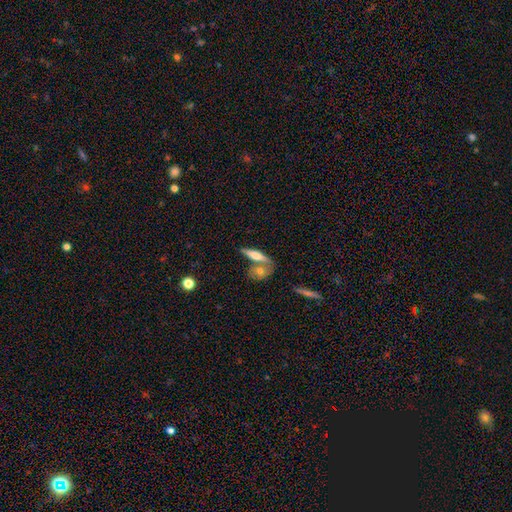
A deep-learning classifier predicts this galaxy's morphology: smooth 58%, featured or disk 35%, star or artifact 7%. Down the decision tree: how rounded — cigar-shaped (61%); merging — none (51%).